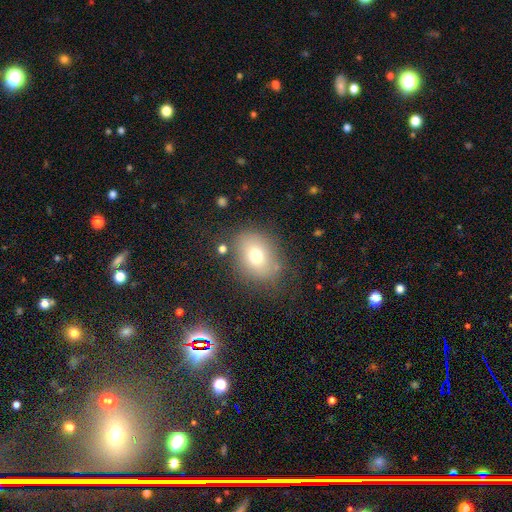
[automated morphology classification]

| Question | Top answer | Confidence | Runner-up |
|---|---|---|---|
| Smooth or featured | smooth | 71% | featured or disk (16%) |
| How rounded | in between | 56% | round (43%) |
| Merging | none | 76% | minor disturbance (15%) |